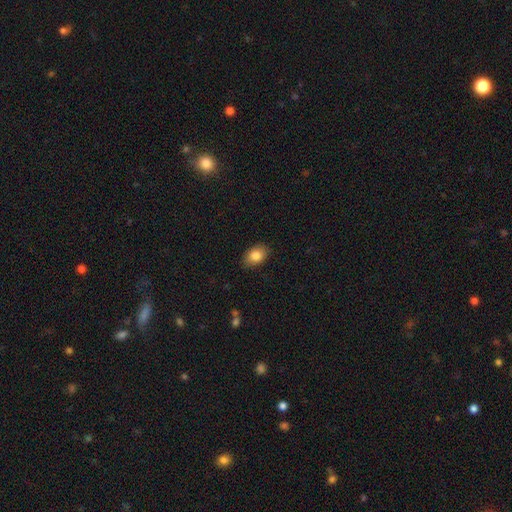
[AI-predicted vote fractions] Q: Smooth or featured?
A: smooth (84%); runner-up: featured or disk (8%)
Q: How rounded?
A: in between (84%); runner-up: round (15%)
Q: Merging?
A: none (85%); runner-up: minor disturbance (11%)